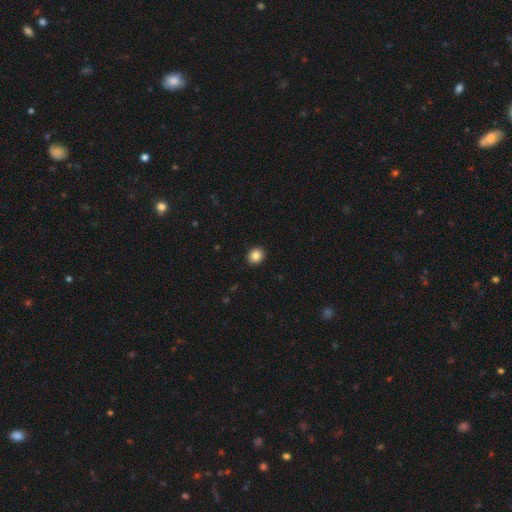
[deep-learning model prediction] A smooth galaxy with no disk features (85%) that is round (77%).

Vote fractions:
- Smooth or featured? smooth: 85% / star or artifact: 10% / featured or disk: 5%
- How rounded? round: 77% / in between: 23% / cigar-shaped: 1%
- Merging? none: 93% / minor disturbance: 5% / major disturbance: 2% / merger: 1%